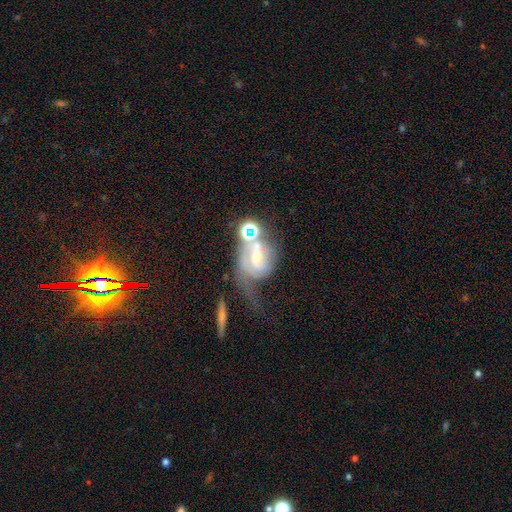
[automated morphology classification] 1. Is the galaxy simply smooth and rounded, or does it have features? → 65% featured or disk, 20% smooth, 15% star or artifact.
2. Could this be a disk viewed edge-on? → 95% no, 5% yes.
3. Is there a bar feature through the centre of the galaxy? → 41% weak, 39% no, 21% strong.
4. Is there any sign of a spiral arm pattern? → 76% yes, 24% no.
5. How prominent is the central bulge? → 51% moderate, 34% small, 7% large, 6% none, 2% dominant.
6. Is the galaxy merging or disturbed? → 37% major disturbance, 25% merger, 22% none, 16% minor disturbance.